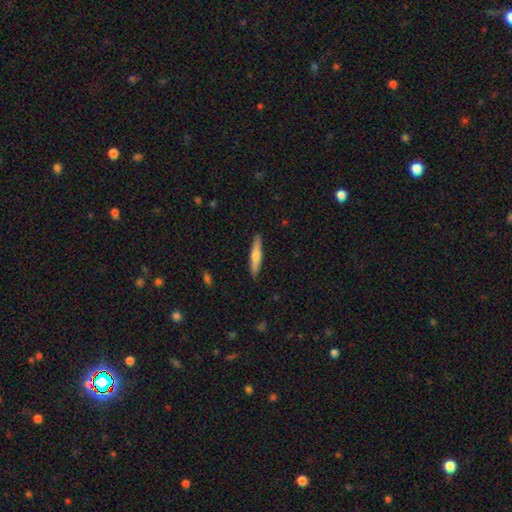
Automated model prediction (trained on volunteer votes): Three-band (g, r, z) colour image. It shows a smooth galaxy with no disk features (59%) that is cigar-shaped (88%). Merging: none (90%).